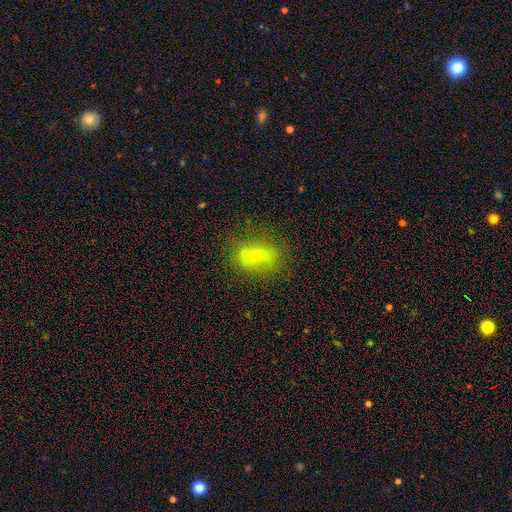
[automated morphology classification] A smooth galaxy with no disk features (61%) that is in between round and cigar-shaped (64%).

Vote fractions:
- Smooth or featured? smooth: 61% / featured or disk: 26% / star or artifact: 13%
- How rounded? in between: 64% / cigar-shaped: 19% / round: 17%
- Merging? none: 58% / minor disturbance: 21% / major disturbance: 14% / merger: 7%